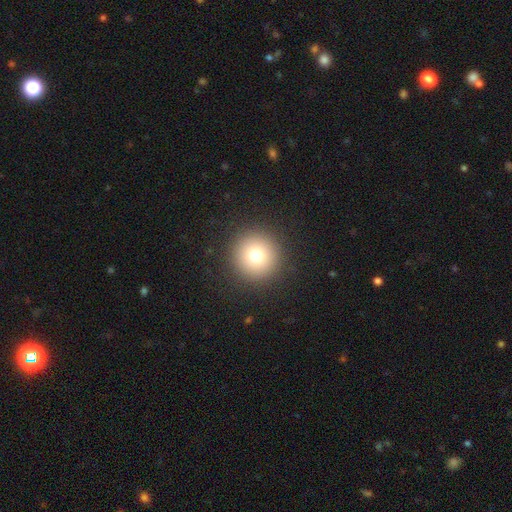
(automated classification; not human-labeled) This is likely a smooth galaxy (76%). How rounded: clearly round (96%). Merging: clearly none (92%).